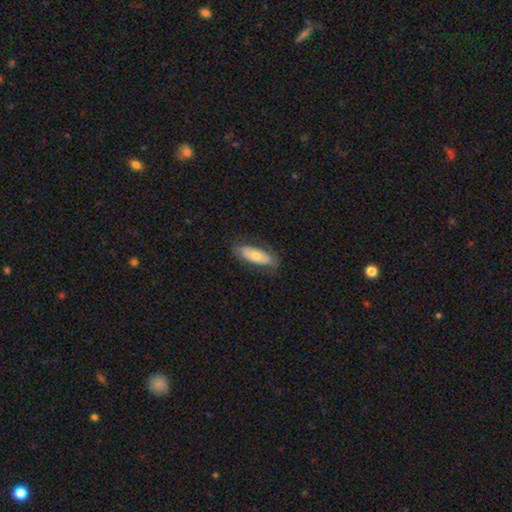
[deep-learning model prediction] Smooth or featured? smooth (60%)
How rounded? in between (70%)
Merging? none (76%)